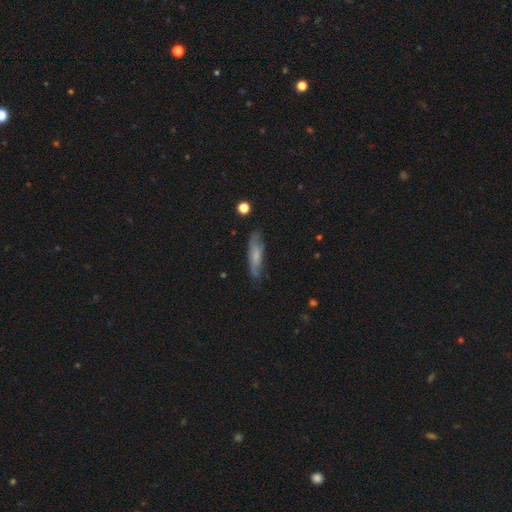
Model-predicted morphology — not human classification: A smooth galaxy with no disk features (55%) that is cigar-shaped (69%). Merging: none (71%).